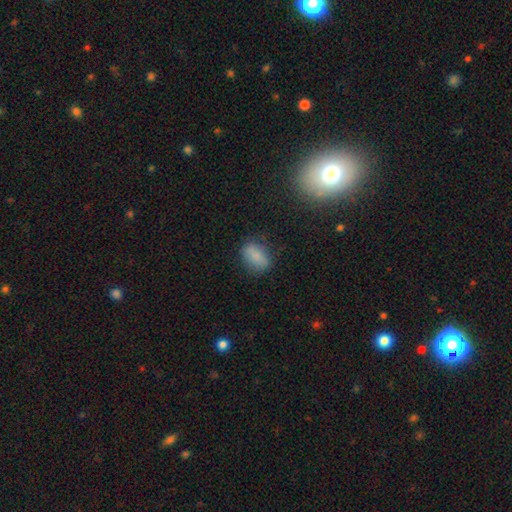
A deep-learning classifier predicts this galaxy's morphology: A smooth galaxy with no disk features (82%) that is in between round and cigar-shaped (85%).

Vote fractions:
- Smooth or featured? smooth: 82% / star or artifact: 10% / featured or disk: 8%
- How rounded? in between: 85% / round: 12% / cigar-shaped: 4%
- Merging? none: 75% / minor disturbance: 18% / major disturbance: 5% / merger: 2%